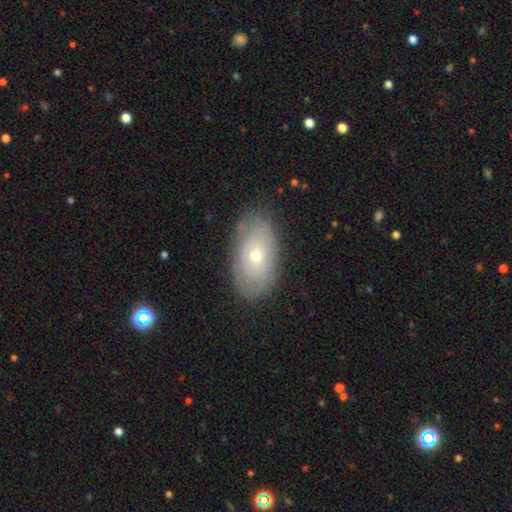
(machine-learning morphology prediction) Q: Smooth or featured?
A: smooth (49%); runner-up: featured or disk (44%)
Q: Merging?
A: none (79%); runner-up: minor disturbance (15%)